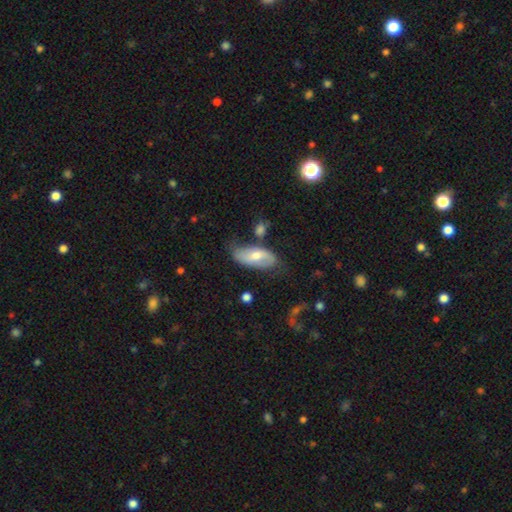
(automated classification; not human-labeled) smooth-or-featured: smooth: 51% | featured or disk: 43% | star or artifact: 6%
  how-rounded: in between: 90% | cigar-shaped: 7% | round: 3%
  merging: none: 57% | minor disturbance: 26% | major disturbance: 10% | merger: 8%